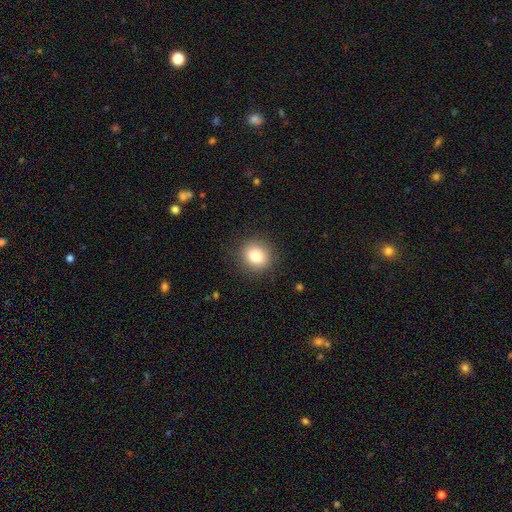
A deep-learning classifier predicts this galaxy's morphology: smooth-or-featured: smooth: 82% | star or artifact: 10% | featured or disk: 8%
  how-rounded: round: 85% | in between: 14% | cigar-shaped: 1%
  merging: none: 90% | minor disturbance: 7% | major disturbance: 3% | merger: 1%